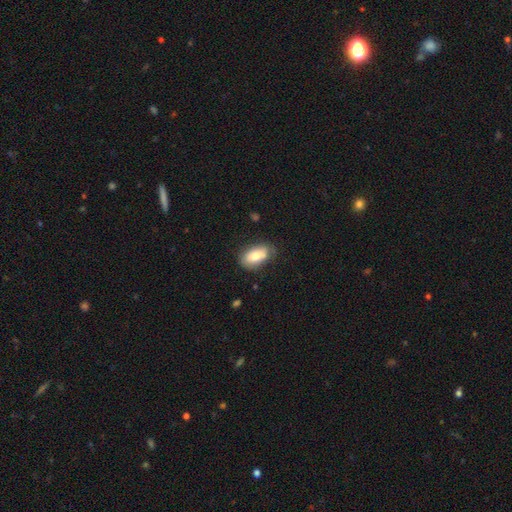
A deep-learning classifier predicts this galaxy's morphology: Smooth or featured: smooth — 79% (featured or disk — 14%)
How rounded: in between — 91% (round — 6%)
Merging: none — 70% (minor disturbance — 22%)